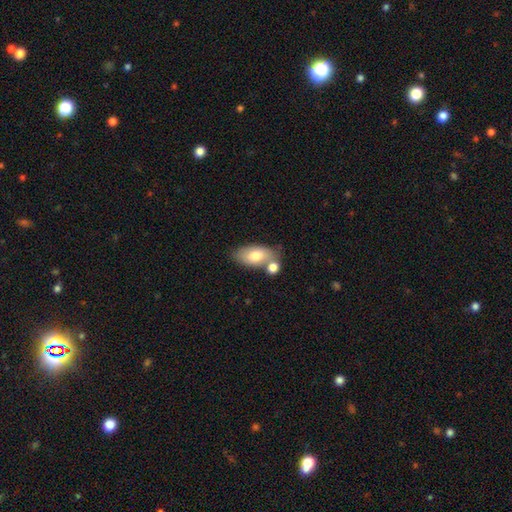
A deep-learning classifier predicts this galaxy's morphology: smooth_or_featured: smooth (p=0.74) [alt: featured or disk p=0.19]
how_rounded: in between (p=0.91) [alt: round p=0.06]
merging: none (p=0.52) [alt: merger p=0.29]